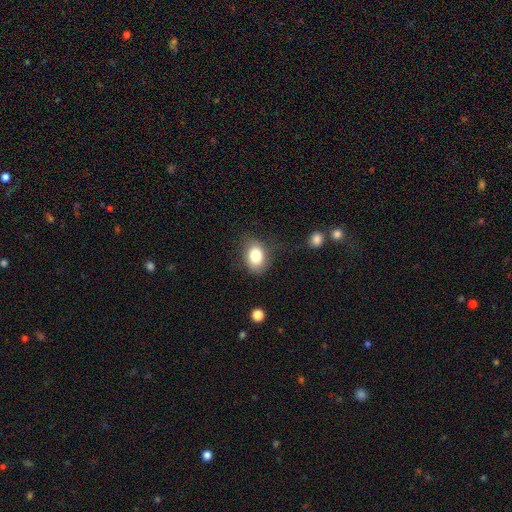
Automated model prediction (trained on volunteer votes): Q: Smooth or featured?
A: smooth (81%); runner-up: featured or disk (10%)
Q: How rounded?
A: in between (71%); runner-up: round (28%)
Q: Merging?
A: none (72%); runner-up: minor disturbance (19%)